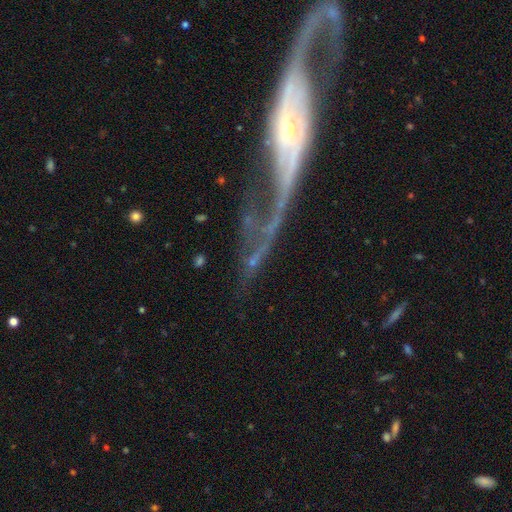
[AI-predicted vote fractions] featured or disk 70%, smooth 16%, star or artifact 15%. Down the decision tree: edge-on disk — no (74%); bar — no (63%); spiral arms — yes (63%); bulge size — small (55%); merging — major disturbance (41%).